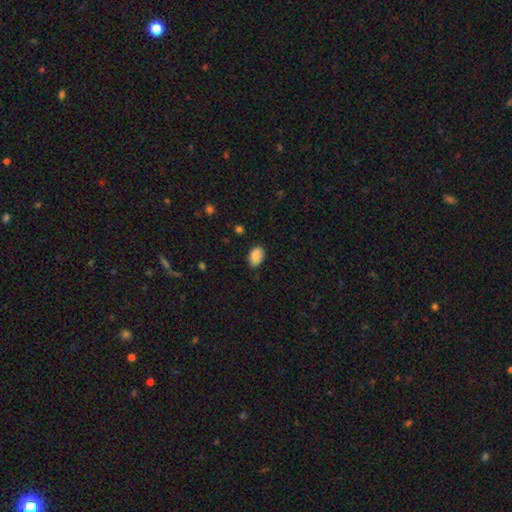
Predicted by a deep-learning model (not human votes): Q: Smooth or featured?
A: smooth (85%); runner-up: featured or disk (7%)
Q: How rounded?
A: in between (89%); runner-up: round (10%)
Q: Merging?
A: none (82%); runner-up: minor disturbance (14%)